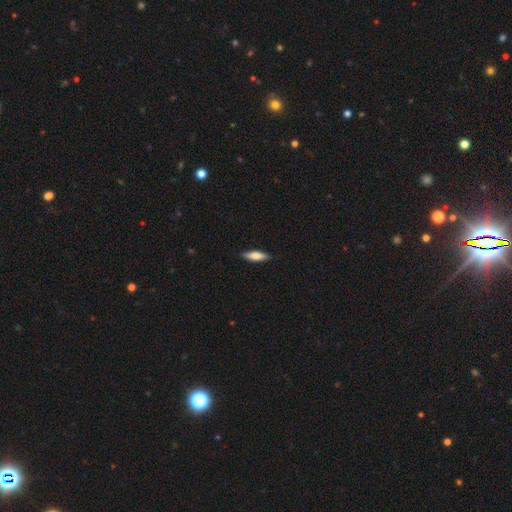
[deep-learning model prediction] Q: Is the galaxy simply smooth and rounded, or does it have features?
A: smooth — 70%.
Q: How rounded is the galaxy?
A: cigar-shaped — 55%.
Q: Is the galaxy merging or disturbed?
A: none — 89%.